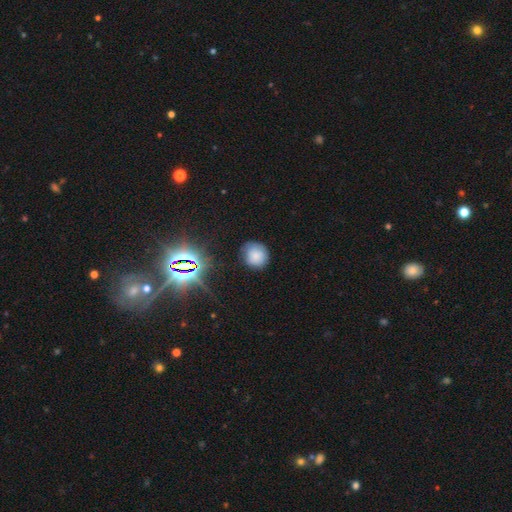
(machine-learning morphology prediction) Q: Smooth or featured?
A: smooth (77%); runner-up: star or artifact (14%)
Q: How rounded?
A: round (85%); runner-up: in between (14%)
Q: Merging?
A: none (78%); runner-up: minor disturbance (16%)